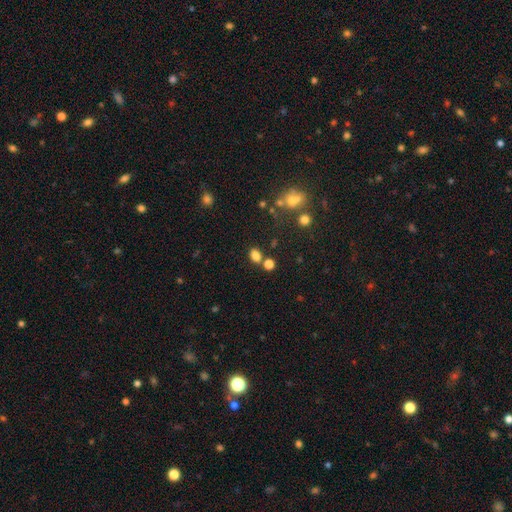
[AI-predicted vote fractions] Morphology: type=smooth (78%); roundness=in between (70%); merging=none (70%).